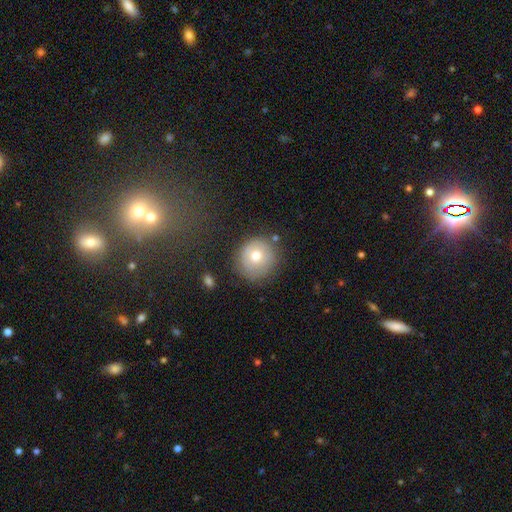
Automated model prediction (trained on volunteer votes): Q: Smooth or featured?
A: smooth (67%); runner-up: featured or disk (24%)
Q: How rounded?
A: round (87%); runner-up: in between (12%)
Q: Merging?
A: none (77%); runner-up: minor disturbance (15%)